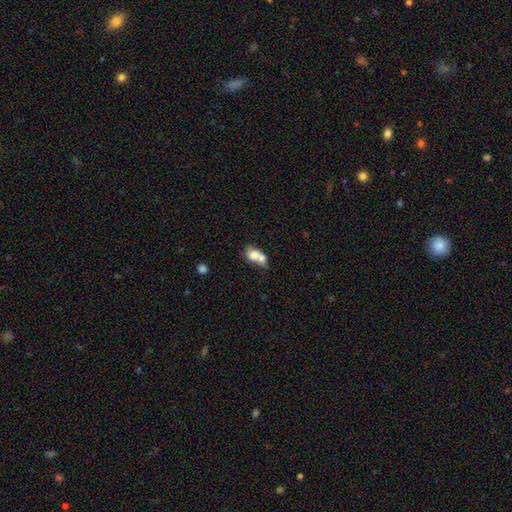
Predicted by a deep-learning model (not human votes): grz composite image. It shows a smooth galaxy with no disk features (71%) that is in between round and cigar-shaped (56%). Merging: merger (72%).